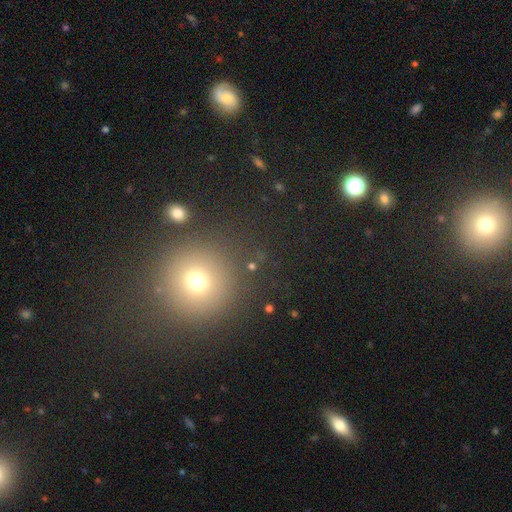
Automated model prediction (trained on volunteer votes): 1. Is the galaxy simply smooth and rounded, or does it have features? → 58% smooth, 33% star or artifact, 9% featured or disk.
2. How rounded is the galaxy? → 93% round, 6% in between, 1% cigar-shaped.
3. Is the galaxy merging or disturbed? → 86% none, 6% minor disturbance, 4% major disturbance, 4% merger.